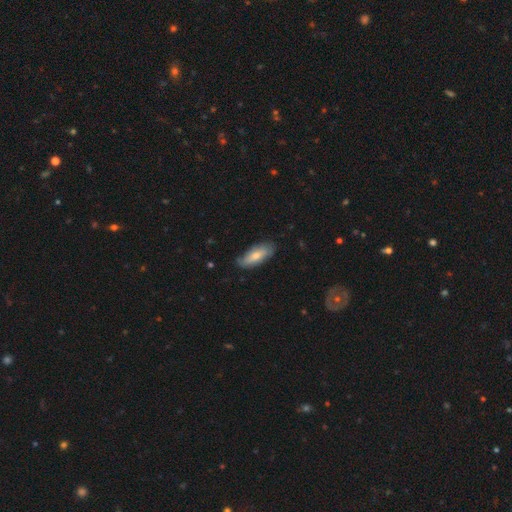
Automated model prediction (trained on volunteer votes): Smooth or featured: smooth — 68% (featured or disk — 27%)
How rounded: in between — 75% (cigar-shaped — 23%)
Merging: none — 76% (minor disturbance — 20%)